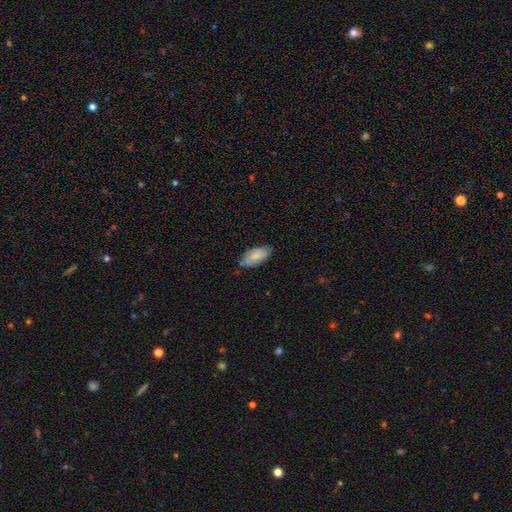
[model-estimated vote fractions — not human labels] Overall: smooth (78%). How rounded: in between (91%). Merging: none (68%).